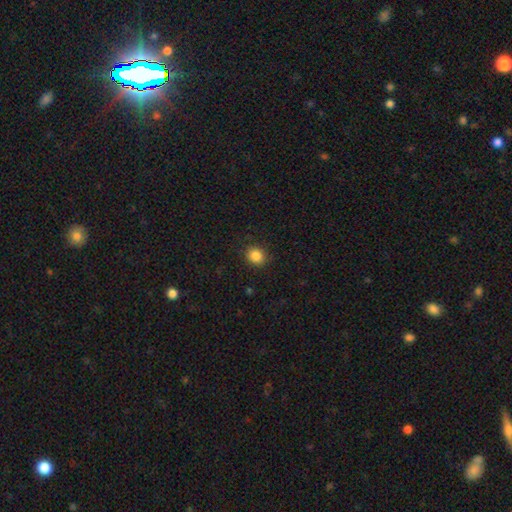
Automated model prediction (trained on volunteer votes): Smooth or featured? Predicted: smooth (p=0.86). How rounded? Predicted: round (p=0.78). Merging? Predicted: none (p=0.89).